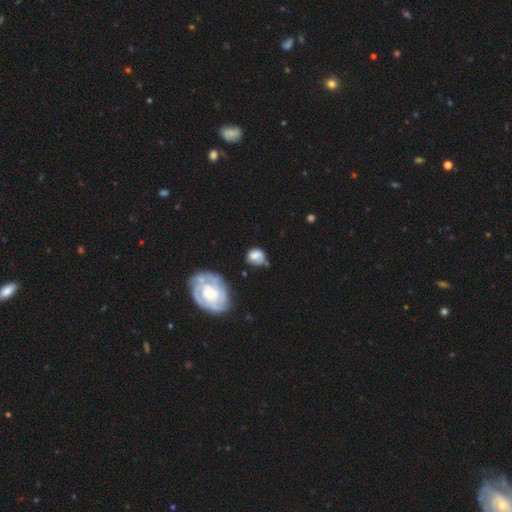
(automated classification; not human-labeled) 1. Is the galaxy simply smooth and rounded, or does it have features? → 64% smooth, 27% featured or disk, 8% star or artifact.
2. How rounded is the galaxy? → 59% round, 40% in between, 2% cigar-shaped.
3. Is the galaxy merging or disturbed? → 53% none, 27% minor disturbance, 13% major disturbance, 7% merger.